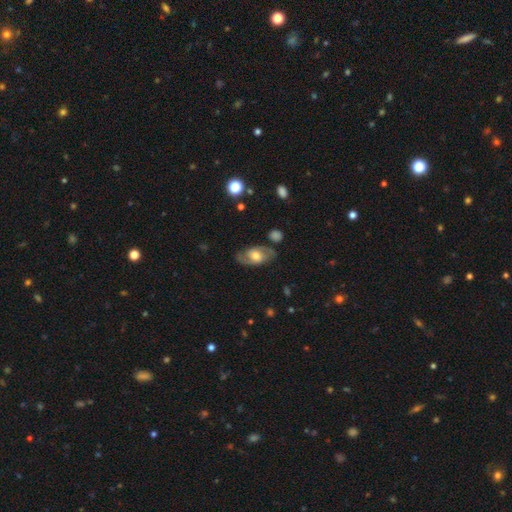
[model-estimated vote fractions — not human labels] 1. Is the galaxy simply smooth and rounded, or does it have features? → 65% featured or disk, 28% smooth, 7% star or artifact.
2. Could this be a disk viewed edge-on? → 92% no, 8% yes.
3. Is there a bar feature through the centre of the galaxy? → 61% no, 30% weak, 9% strong.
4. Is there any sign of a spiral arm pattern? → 78% yes, 22% no.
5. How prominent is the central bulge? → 65% moderate, 16% large, 16% small, 2% none, 2% dominant.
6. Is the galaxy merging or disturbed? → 75% none, 16% minor disturbance, 7% major disturbance, 2% merger.